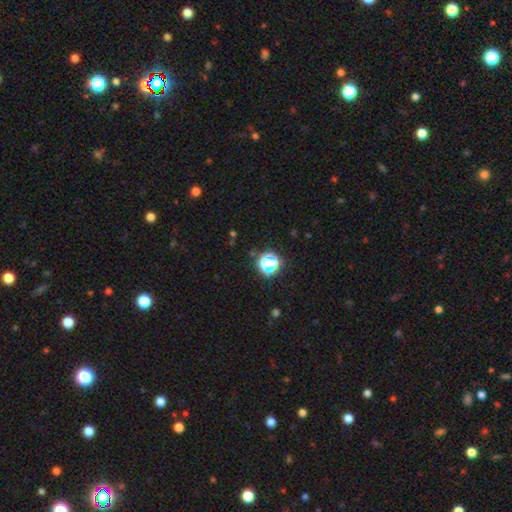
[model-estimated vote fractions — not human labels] Smooth or featured?
  - star or artifact: 65% *
  - smooth: 28%
  - featured or disk: 7%